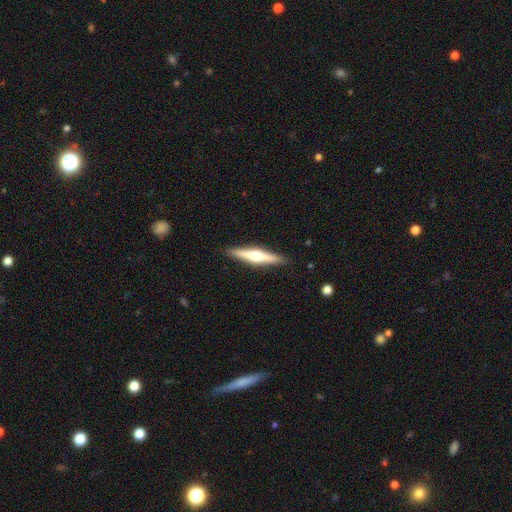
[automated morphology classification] This appears to be a featured or disk galaxy (64%) viewed edge-on (97%) with a rounded central bulge (88%). Merging: none (91%).